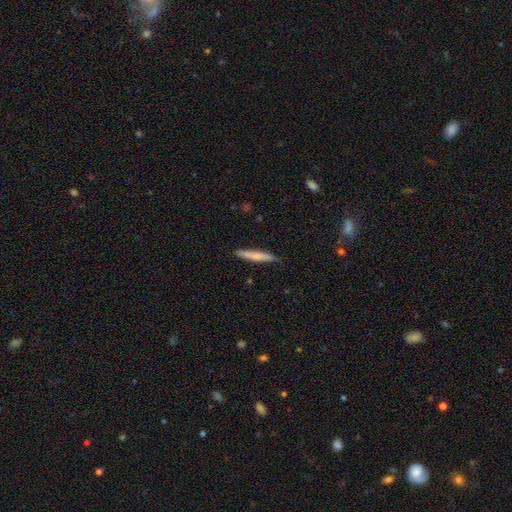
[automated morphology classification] Smooth or featured?
  - smooth: 70% *
  - featured or disk: 25%
  - star or artifact: 5%
How rounded?
  - cigar-shaped: 95% *
  - in between: 4%
  - round: 1%
Merging?
  - none: 88% *
  - minor disturbance: 9%
  - major disturbance: 2%
  - merger: 1%